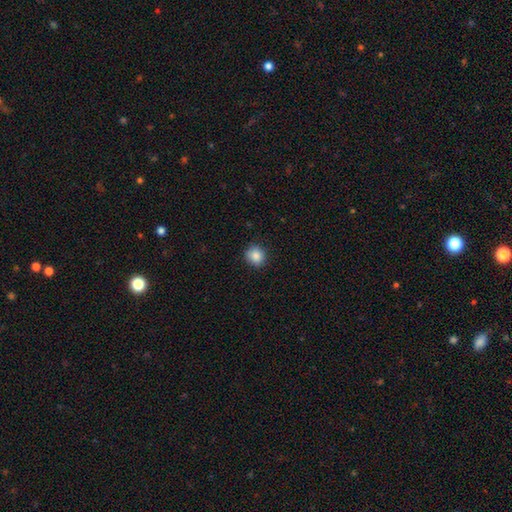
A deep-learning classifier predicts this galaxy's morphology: This appears to be a smooth galaxy with no disk features (86%) that is round (88%). Merging: none (88%).